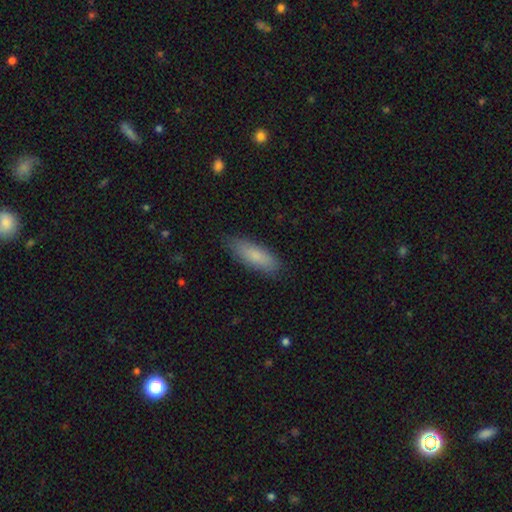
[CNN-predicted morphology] Overall: smooth (82%). How rounded: in between (56%; cigar-shaped 42%). Merging: none (83%).